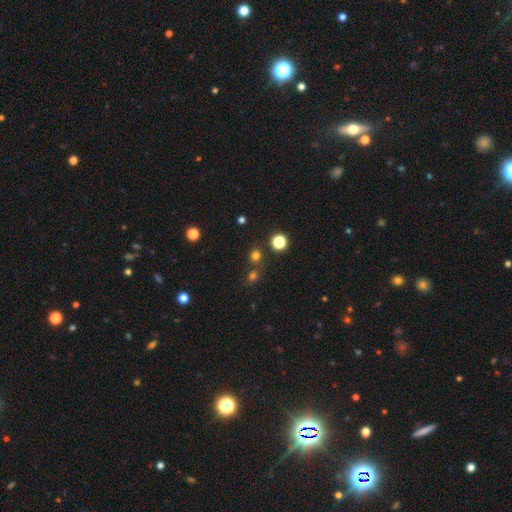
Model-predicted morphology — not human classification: Q: Smooth or featured?
A: smooth (69%); runner-up: star or artifact (25%)
Q: How rounded?
A: round (87%); runner-up: in between (12%)
Q: Merging?
A: none (70%); runner-up: merger (19%)